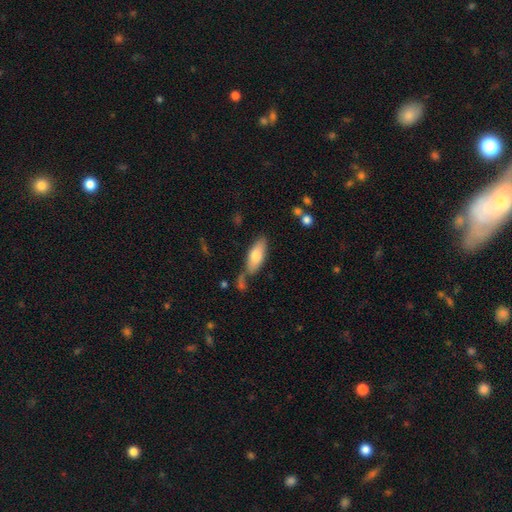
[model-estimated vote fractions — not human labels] Smooth or featured? smooth (72%)
How rounded? in between (75%)
Merging? none (62%)